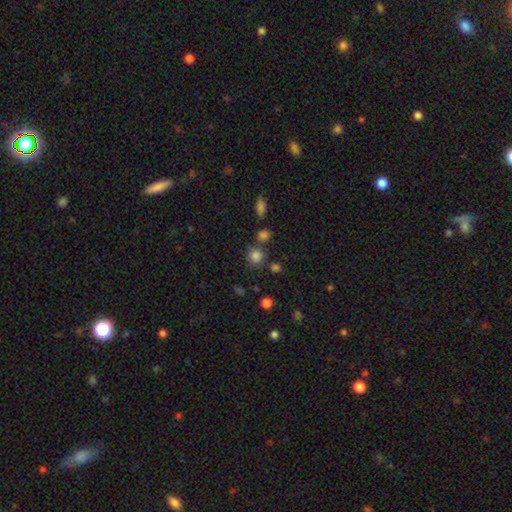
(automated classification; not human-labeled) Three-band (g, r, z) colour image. It shows a smooth galaxy with no disk features (81%) that is round (87%). Merging: none (72%).